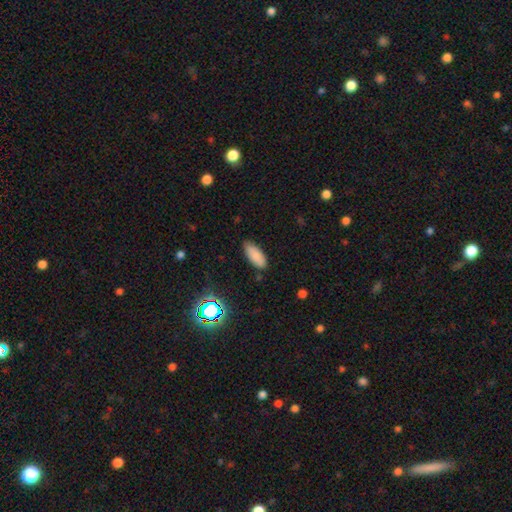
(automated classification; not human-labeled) Smooth or featured: smooth — 83% (star or artifact — 9%)
How rounded: in between — 83% (cigar-shaped — 15%)
Merging: none — 81% (minor disturbance — 15%)